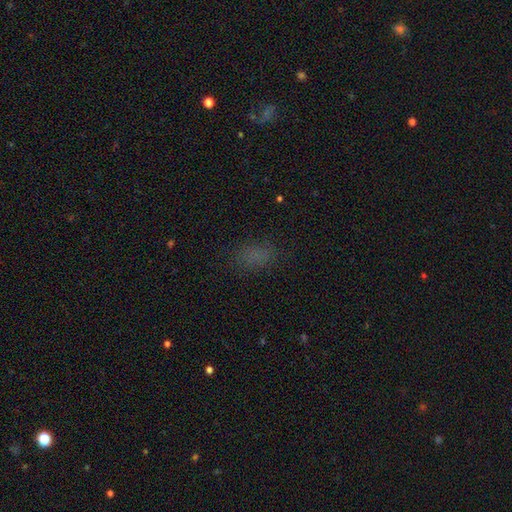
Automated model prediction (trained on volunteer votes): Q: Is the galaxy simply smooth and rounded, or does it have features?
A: smooth — 72%.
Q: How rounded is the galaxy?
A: in between — 84%.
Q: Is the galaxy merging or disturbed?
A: none — 78%.